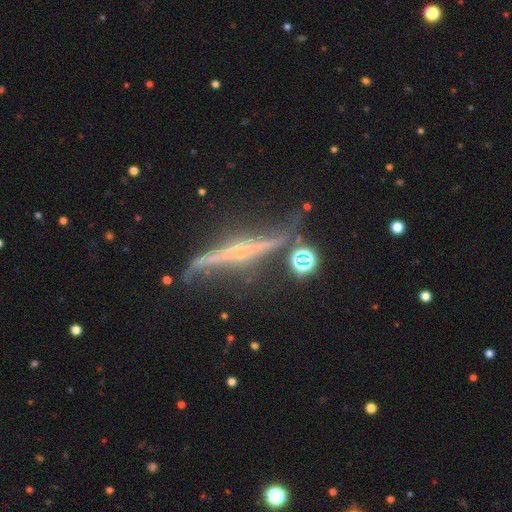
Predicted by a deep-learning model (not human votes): smooth_or_featured: featured or disk (p=0.81) [alt: smooth p=0.10]
disk_edge_on: yes (p=0.93) [alt: no p=0.07]
edge_on_bulge: rounded (p=0.63) [alt: none p=0.29]
merging: none (p=0.66) [alt: minor disturbance p=0.19]